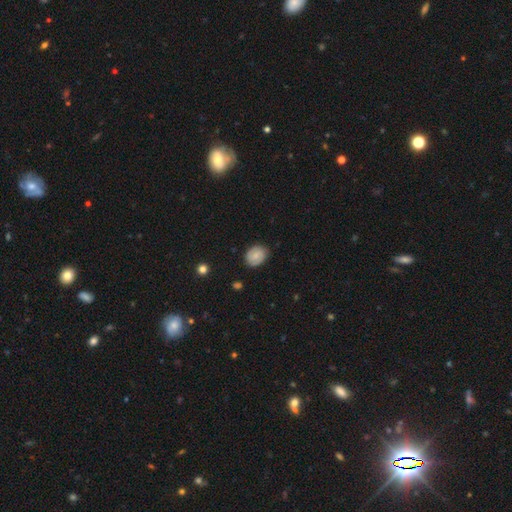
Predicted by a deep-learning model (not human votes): Morphology: type=smooth (56%); roundness=round (50%); merging=none (80%).